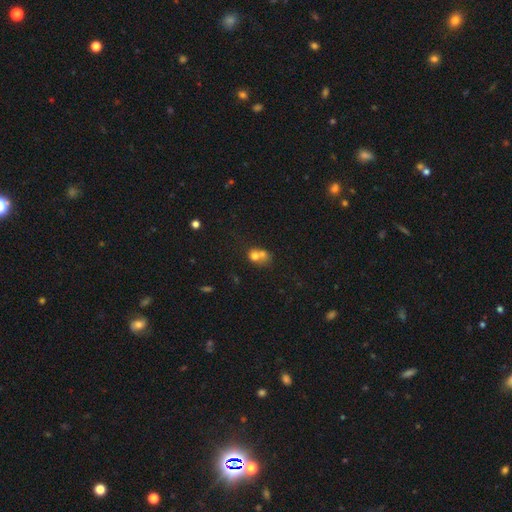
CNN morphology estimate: smooth-or-featured: smooth: 68% | featured or disk: 20% | star or artifact: 12%
  how-rounded: round: 61% | in between: 38% | cigar-shaped: 1%
  merging: merger: 65% | none: 22% | minor disturbance: 7% | major disturbance: 5%